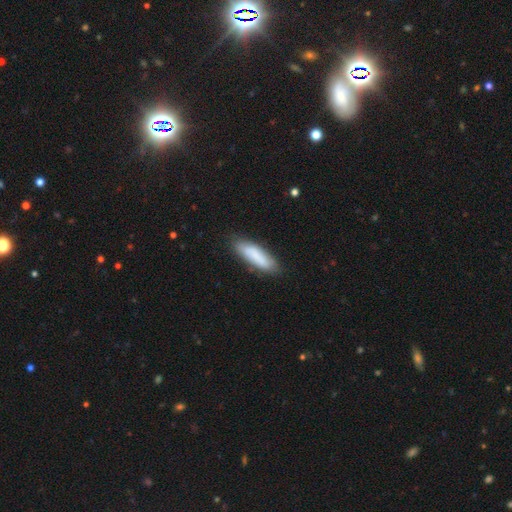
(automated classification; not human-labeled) Q: Smooth or featured?
A: smooth (80%); runner-up: featured or disk (14%)
Q: How rounded?
A: cigar-shaped (57%); runner-up: in between (42%)
Q: Merging?
A: none (79%); runner-up: minor disturbance (16%)